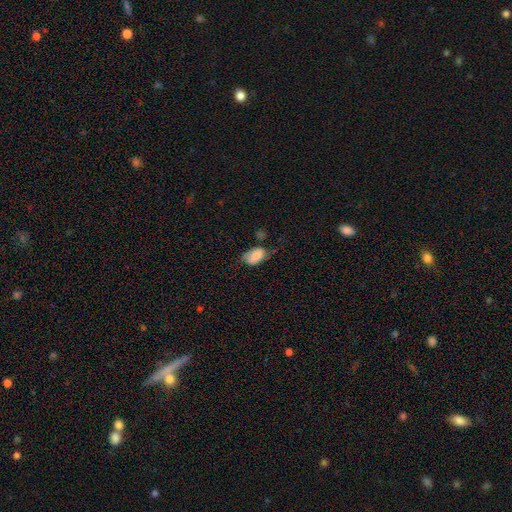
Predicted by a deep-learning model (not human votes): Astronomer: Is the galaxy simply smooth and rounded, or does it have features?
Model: smooth — 76%.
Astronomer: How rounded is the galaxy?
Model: in between — 91%.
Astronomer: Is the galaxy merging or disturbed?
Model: none — 40% (runner-up: minor disturbance, 37%).